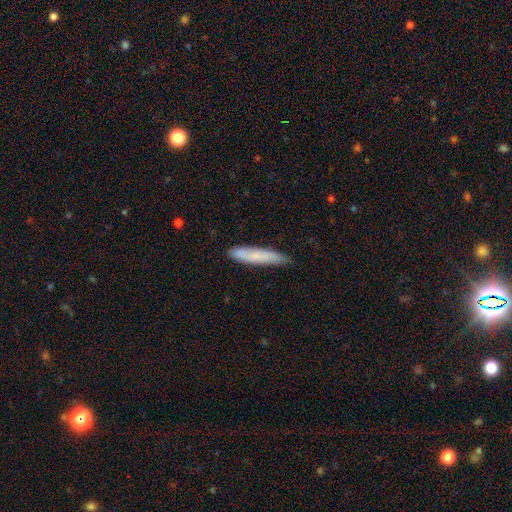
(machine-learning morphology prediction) Smooth or featured? smooth (72%)
How rounded? cigar-shaped (89%)
Merging? none (78%)